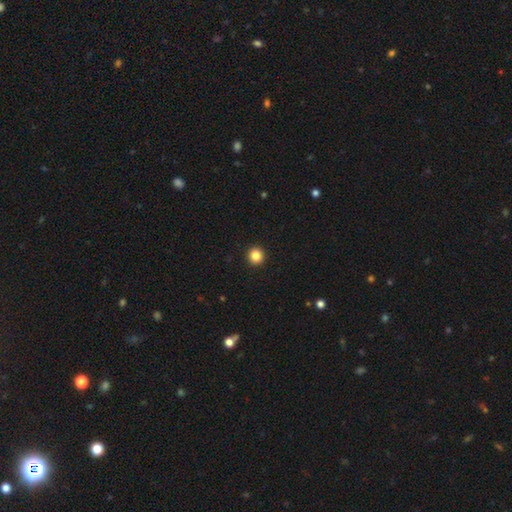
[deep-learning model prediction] Smooth or featured?
  - smooth: 85% *
  - star or artifact: 11%
  - featured or disk: 4%
How rounded?
  - round: 95% *
  - in between: 4%
  - cigar-shaped: 1%
Merging?
  - none: 94% *
  - minor disturbance: 4%
  - major disturbance: 1%
  - merger: 1%